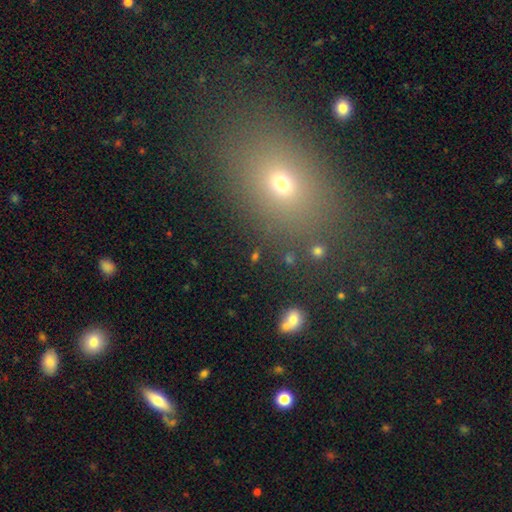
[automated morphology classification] Q: Smooth or featured?
A: smooth (58%); runner-up: star or artifact (30%)
Q: How rounded?
A: round (52%); runner-up: in between (44%)
Q: Merging?
A: none (76%); runner-up: minor disturbance (10%)